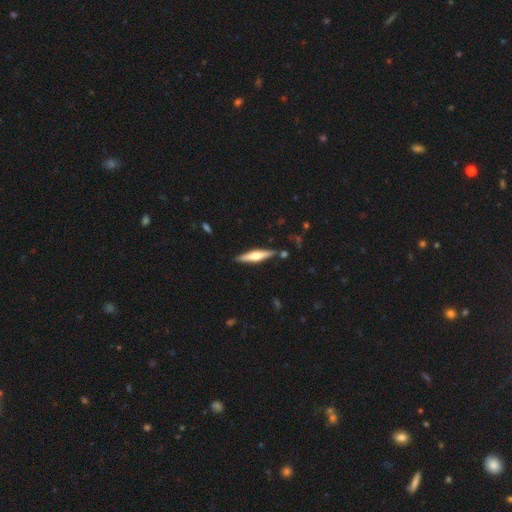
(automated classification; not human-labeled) Smooth or featured? featured or disk (54%)
Edge-on disk? yes (96%)
Edge-on bulge? rounded (84%)
Merging? none (86%)